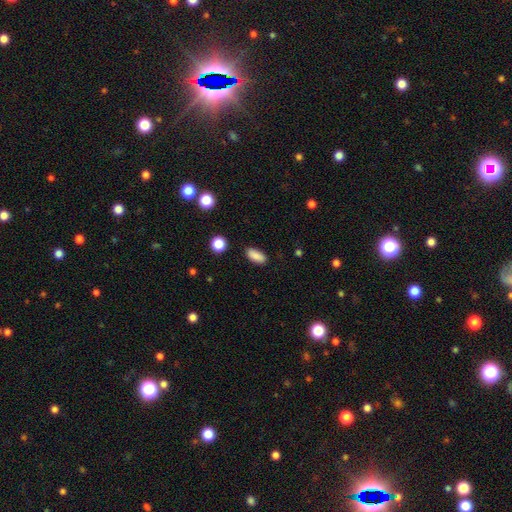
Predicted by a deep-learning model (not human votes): smooth_or_featured: smooth (p=0.88) [alt: star or artifact p=0.08]
how_rounded: in between (p=0.86) [alt: cigar-shaped p=0.10]
merging: none (p=0.88) [alt: minor disturbance p=0.09]